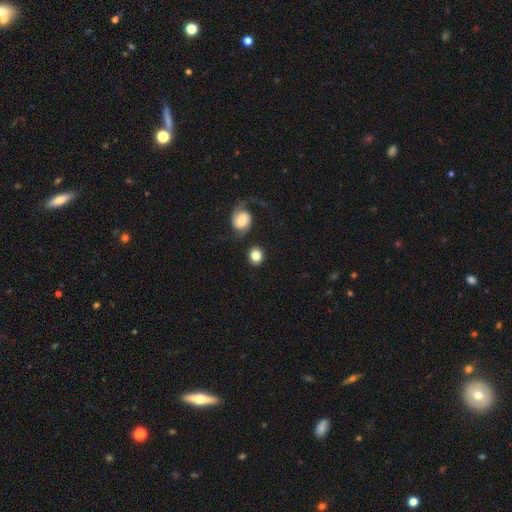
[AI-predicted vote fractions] This is clearly a smooth galaxy (81%). How rounded: clearly round (80%). Merging: likely none (78%).